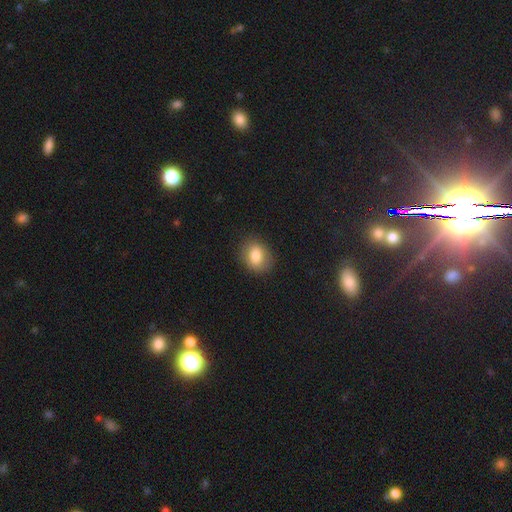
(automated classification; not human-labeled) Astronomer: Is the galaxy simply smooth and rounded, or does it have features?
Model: smooth — 81%.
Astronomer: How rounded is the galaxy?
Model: in between — 54% (runner-up: round, 45%).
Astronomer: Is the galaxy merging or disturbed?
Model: none — 84%.